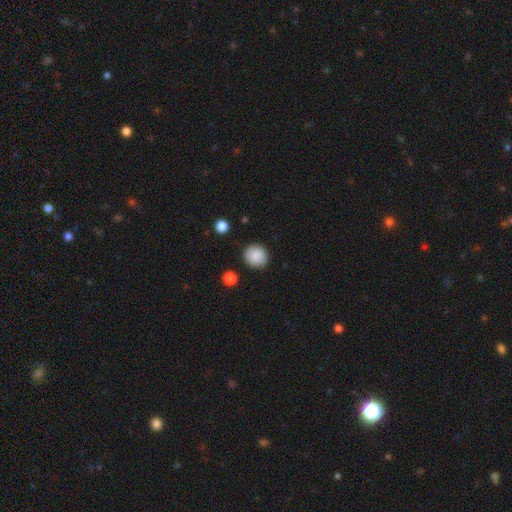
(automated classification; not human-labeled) Smooth or featured?
  - smooth: 88% *
  - star or artifact: 8%
  - featured or disk: 4%
How rounded?
  - round: 87% *
  - in between: 12%
  - cigar-shaped: 1%
Merging?
  - none: 88% *
  - minor disturbance: 8%
  - major disturbance: 2%
  - merger: 2%